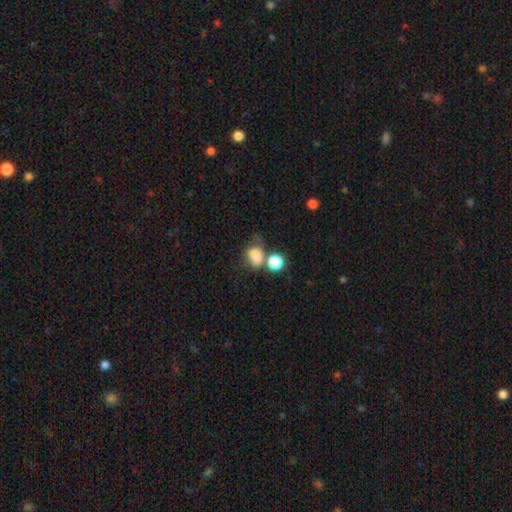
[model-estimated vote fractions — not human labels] The model was most divided on "merging": merger: 39%, none: 33%, minor disturbance: 16%, major disturbance: 13%. More confident: smooth or featured — smooth (75%); how rounded — in between (52%).